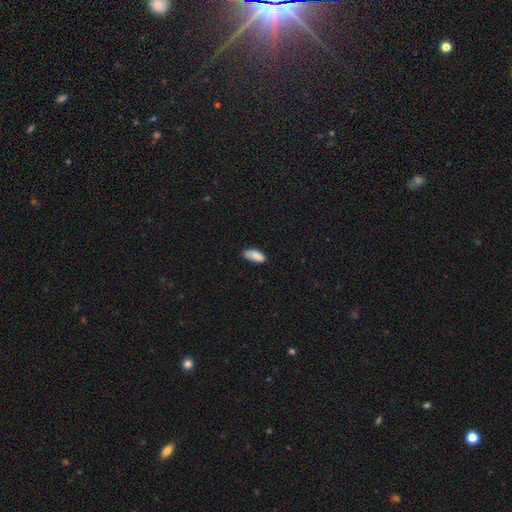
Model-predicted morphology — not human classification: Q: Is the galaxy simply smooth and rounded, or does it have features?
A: smooth — 86%.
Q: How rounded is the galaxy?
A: in between — 87%.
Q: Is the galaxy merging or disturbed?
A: none — 75%.